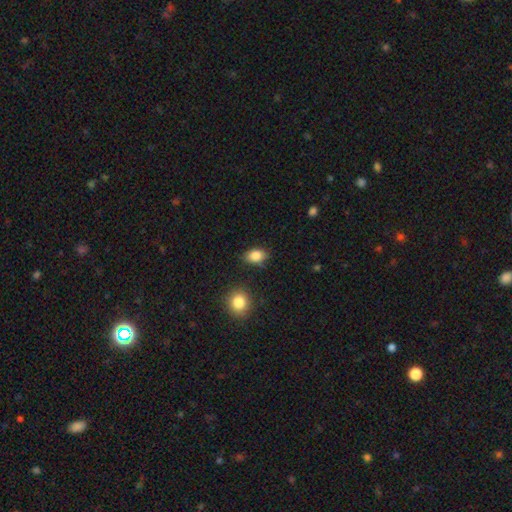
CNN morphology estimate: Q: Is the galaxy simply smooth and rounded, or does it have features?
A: smooth — 85%.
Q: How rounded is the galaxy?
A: in between — 82%.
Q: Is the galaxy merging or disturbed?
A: none — 81%.